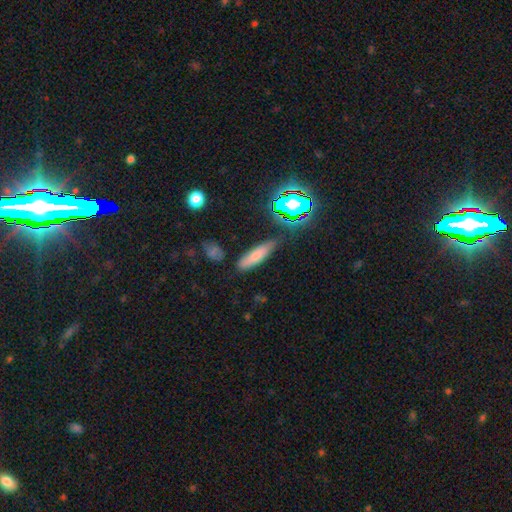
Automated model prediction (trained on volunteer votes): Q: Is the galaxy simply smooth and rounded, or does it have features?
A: smooth — 71%.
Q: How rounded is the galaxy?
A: cigar-shaped — 59%.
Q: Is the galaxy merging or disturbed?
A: none — 76%.